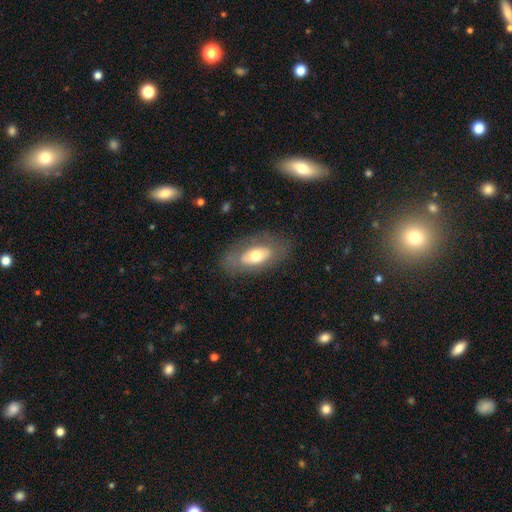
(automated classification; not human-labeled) smooth_or_featured: smooth (p=0.53) [alt: featured or disk p=0.40]
how_rounded: in between (p=0.90) [alt: round p=0.06]
merging: none (p=0.76) [alt: minor disturbance p=0.15]